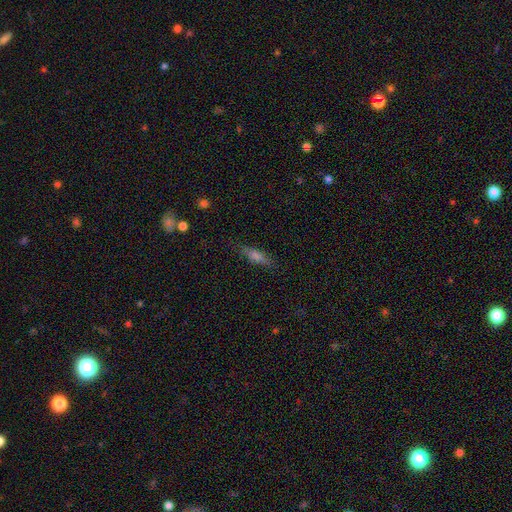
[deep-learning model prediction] Smooth or featured? smooth (53%)
How rounded? cigar-shaped (70%)
Merging? none (83%)